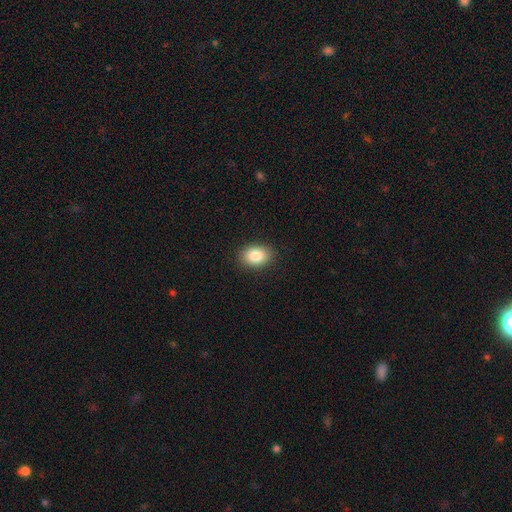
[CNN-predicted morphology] type=smooth (85%); roundness=in between (80%); merging=none (89%).